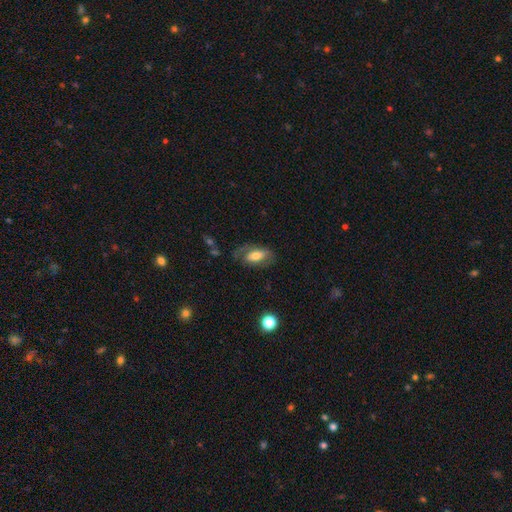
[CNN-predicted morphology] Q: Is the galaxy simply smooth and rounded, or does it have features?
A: smooth — 59%.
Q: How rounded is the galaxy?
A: in between — 87%.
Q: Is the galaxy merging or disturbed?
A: none — 59%.